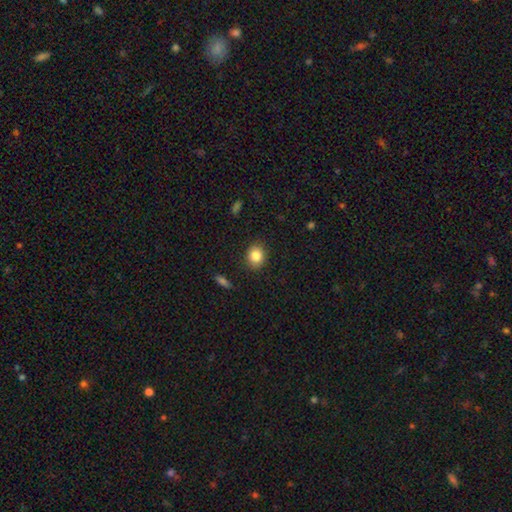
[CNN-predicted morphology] Q: Smooth or featured?
A: smooth (83%); runner-up: star or artifact (10%)
Q: How rounded?
A: round (63%); runner-up: in between (36%)
Q: Merging?
A: none (89%); runner-up: minor disturbance (8%)